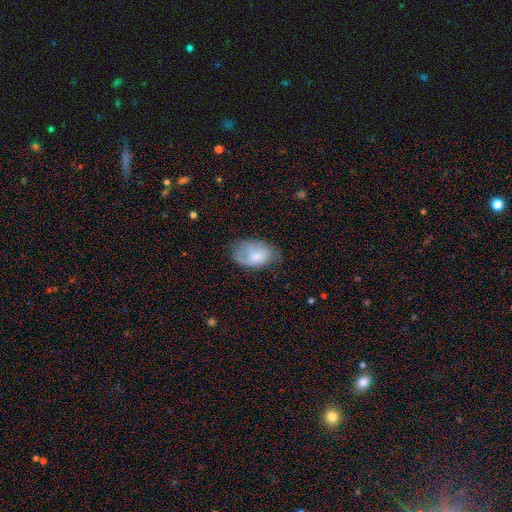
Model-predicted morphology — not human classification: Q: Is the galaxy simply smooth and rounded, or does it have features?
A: smooth — 65%.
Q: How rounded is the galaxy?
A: in between — 88%.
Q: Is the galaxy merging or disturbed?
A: none — 44%.